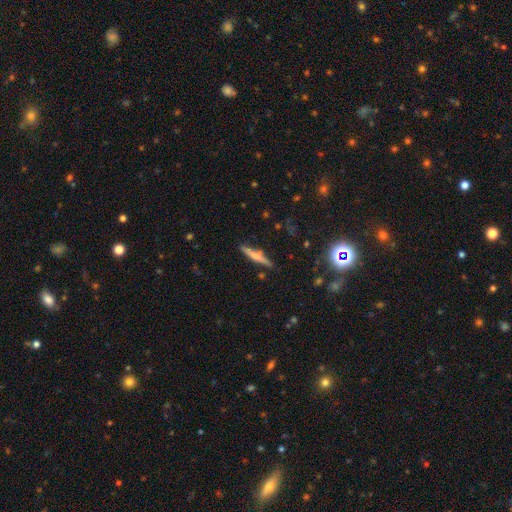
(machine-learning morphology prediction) Smooth or featured: featured or disk — 47% (smooth — 46%)
Merging: none — 85% (minor disturbance — 10%)